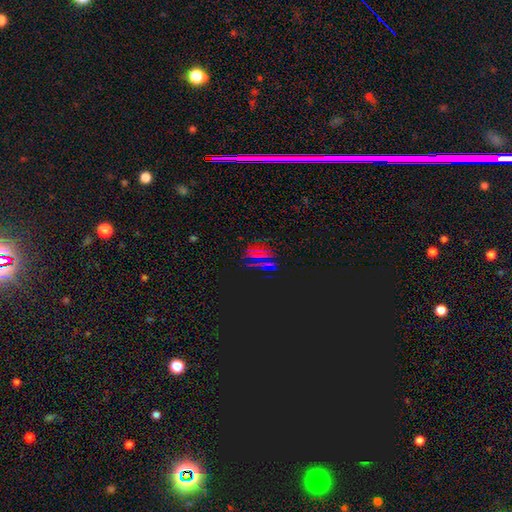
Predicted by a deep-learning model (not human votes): Smooth or featured? star or artifact (68%)